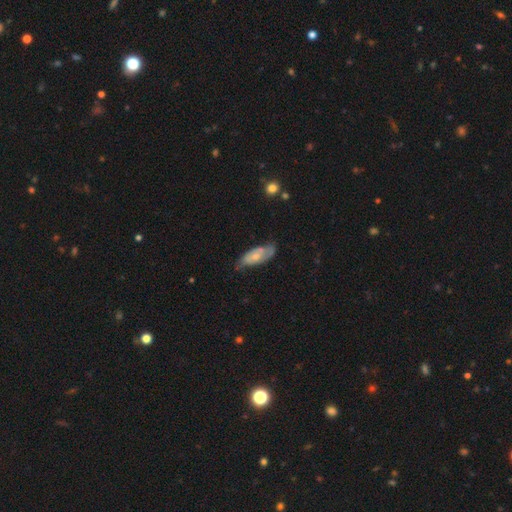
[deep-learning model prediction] A smooth galaxy with no disk features (50%). Merging: none (54%).